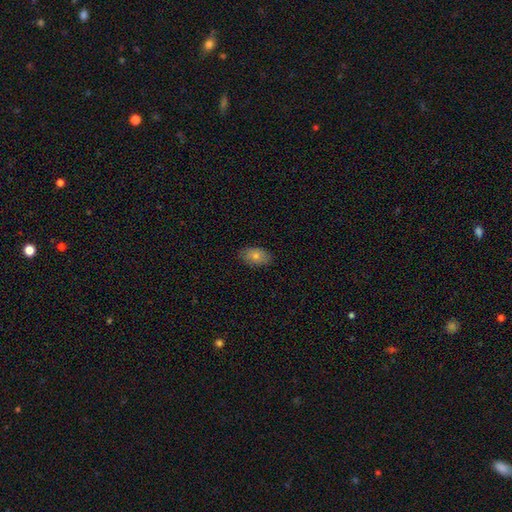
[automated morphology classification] type=smooth (74%); roundness=in between (90%); merging=none (85%).